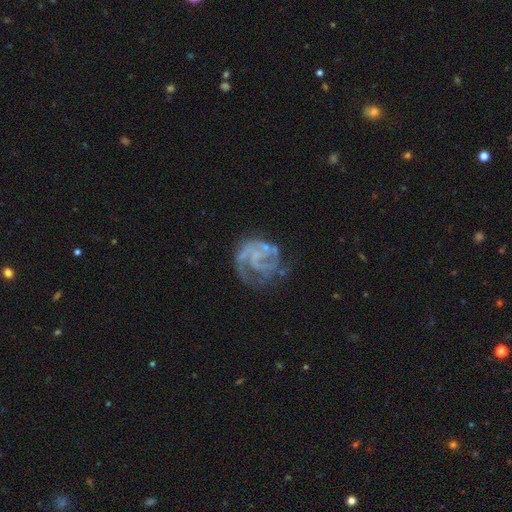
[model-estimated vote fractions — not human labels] smooth_or_featured: featured or disk (p=0.83) [alt: smooth p=0.09]
disk_edge_on: no (p=0.98) [alt: yes p=0.02]
bar: no (p=0.60) [alt: weak p=0.31]
has_spiral_arms: yes (p=0.90) [alt: no p=0.10]
spiral_winding: tight (p=0.44) [alt: medium p=0.40]
spiral_arm_count: 2 (p=0.35) [alt: 3 p=0.25]
bulge_size: none (p=0.56) [alt: small p=0.33]
merging: none (p=0.54) [alt: major disturbance p=0.23]